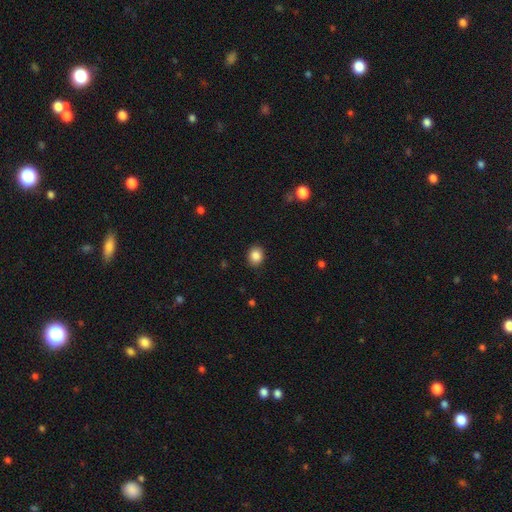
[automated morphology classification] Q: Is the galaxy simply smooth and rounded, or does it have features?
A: smooth — 86%.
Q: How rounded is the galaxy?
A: round — 62%.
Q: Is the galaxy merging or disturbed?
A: none — 89%.